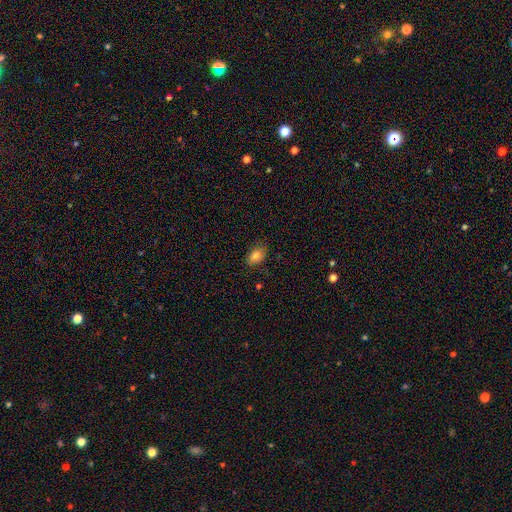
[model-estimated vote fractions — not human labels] A smooth galaxy with no disk features (83%) that is in between round and cigar-shaped (87%).

Vote fractions:
- Smooth or featured? smooth: 83% / featured or disk: 9% / star or artifact: 9%
- How rounded? in between: 87% / round: 11% / cigar-shaped: 2%
- Merging? none: 80% / minor disturbance: 15% / major disturbance: 3% / merger: 1%